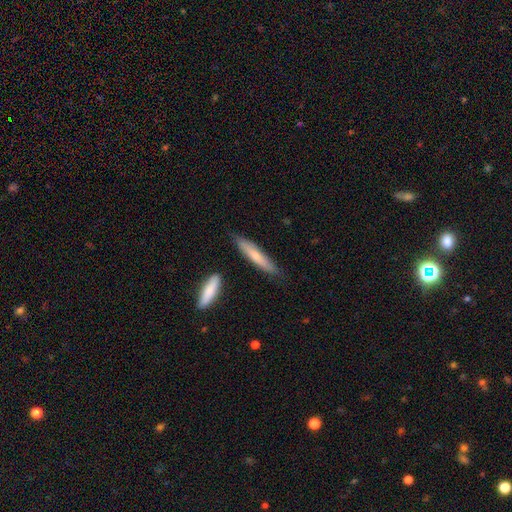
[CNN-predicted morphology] smooth-or-featured: smooth: 65% | featured or disk: 30% | star or artifact: 6%
  how-rounded: cigar-shaped: 88% | in between: 11% | round: 1%
  merging: none: 80% | minor disturbance: 14% | merger: 4% | major disturbance: 2%